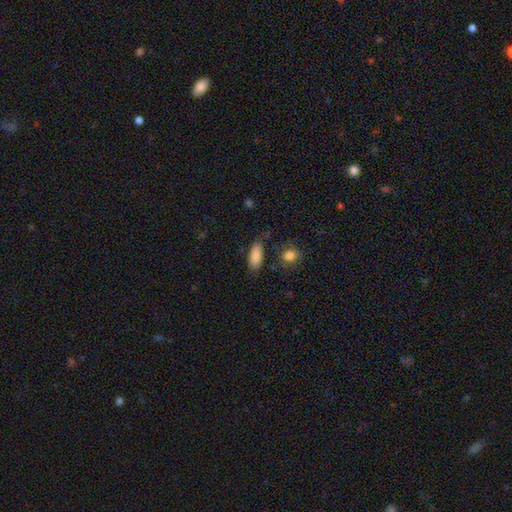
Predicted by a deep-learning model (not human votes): Smooth or featured? smooth (87%)
How rounded? in between (85%)
Merging? none (74%)